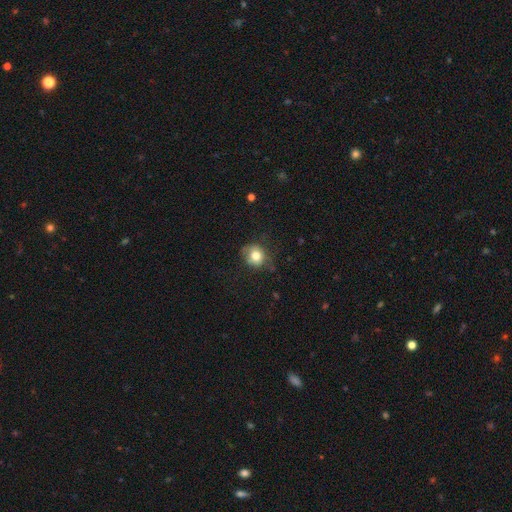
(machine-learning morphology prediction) Smooth or featured? Predicted: smooth (p=0.76). How rounded? Predicted: round (p=0.74). Merging? Predicted: none (p=0.66).